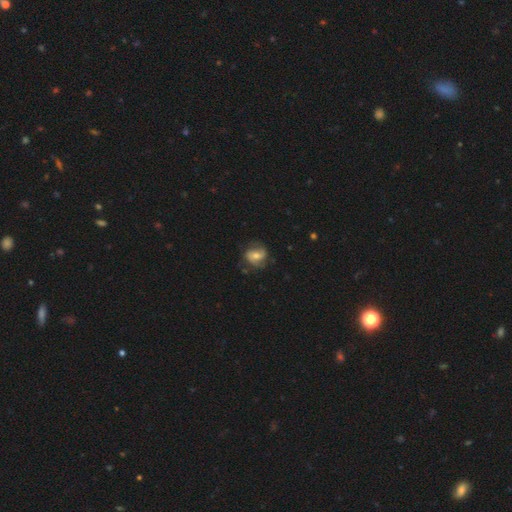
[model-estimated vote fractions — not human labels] Smooth or featured? Predicted: featured or disk (p=0.47). Merging? Predicted: none (p=0.65).